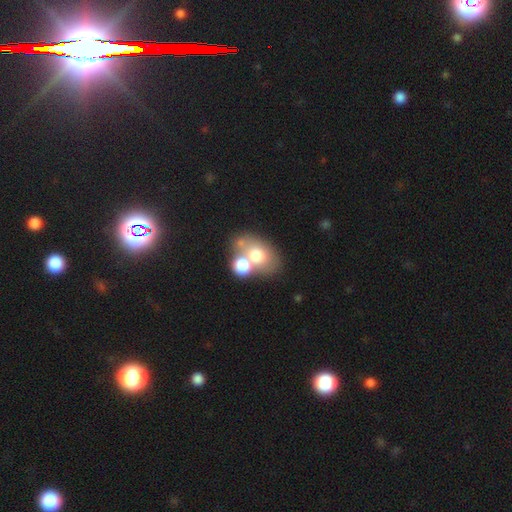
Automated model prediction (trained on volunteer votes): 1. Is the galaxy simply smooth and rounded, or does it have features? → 66% smooth, 24% featured or disk, 10% star or artifact.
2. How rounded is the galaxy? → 69% in between, 29% round, 2% cigar-shaped.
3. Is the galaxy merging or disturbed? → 51% merger, 34% none, 9% minor disturbance, 5% major disturbance.